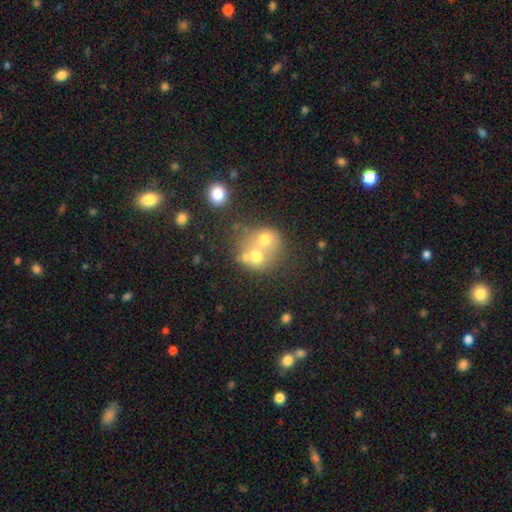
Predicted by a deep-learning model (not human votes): Smooth or featured? smooth (59%)
How rounded? round (71%)
Merging? merger (63%)